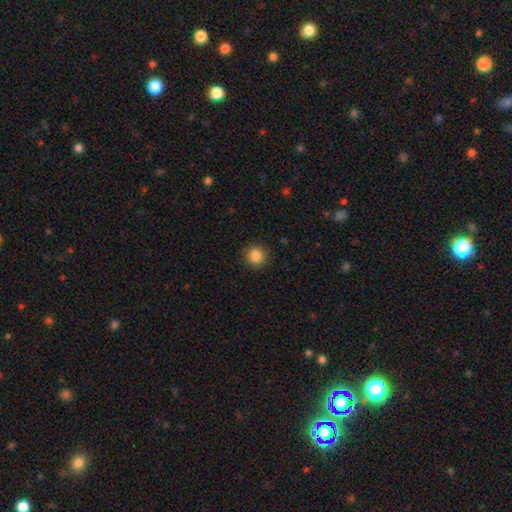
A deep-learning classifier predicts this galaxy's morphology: Smooth or featured? Predicted: smooth (p=0.86). How rounded? Predicted: round (p=0.91). Merging? Predicted: none (p=0.90).